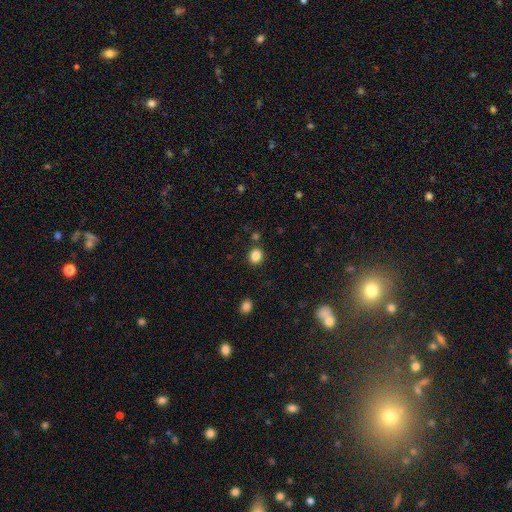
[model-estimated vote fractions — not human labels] smooth_or_featured: smooth (p=0.85) [alt: star or artifact p=0.11]
how_rounded: round (p=0.74) [alt: in between p=0.26]
merging: none (p=0.85) [alt: minor disturbance p=0.08]